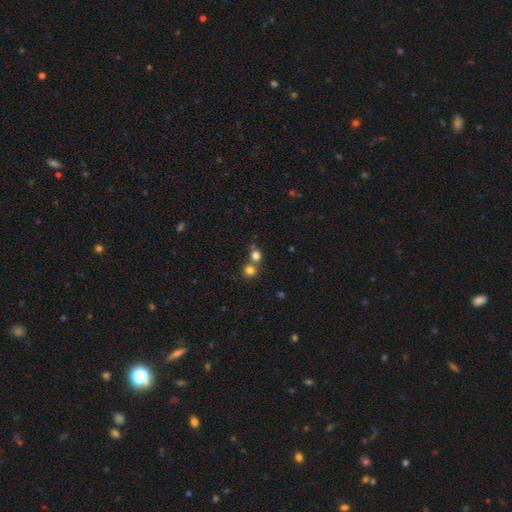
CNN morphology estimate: A smooth galaxy with no disk features (77%) that is round (83%). Merging: none (52%).